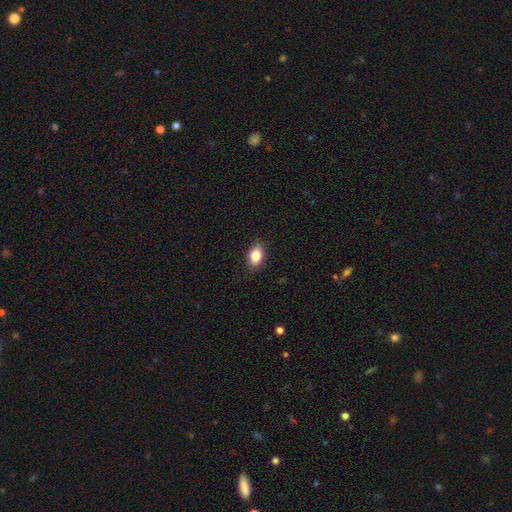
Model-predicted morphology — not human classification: Overall: smooth (84%). How rounded: in between (84%). Merging: none (86%).